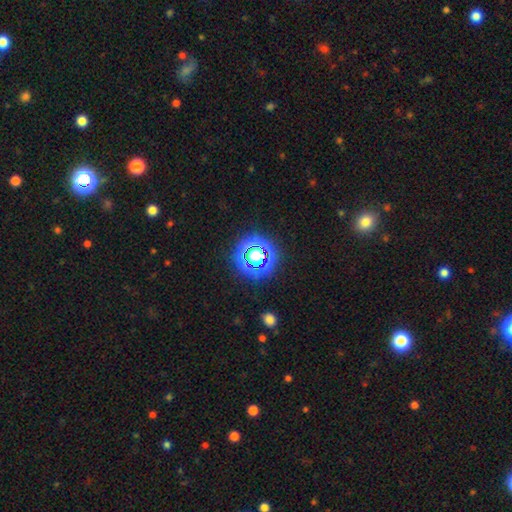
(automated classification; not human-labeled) Q: Smooth or featured?
A: star or artifact (58%); runner-up: smooth (30%)